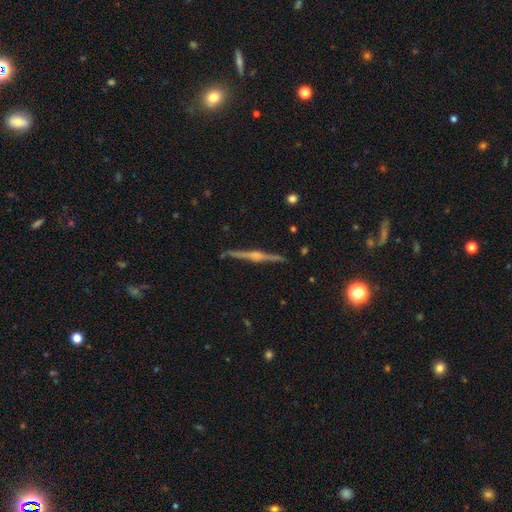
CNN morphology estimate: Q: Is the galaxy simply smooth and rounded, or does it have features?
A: featured or disk — 85%.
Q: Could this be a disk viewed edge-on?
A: yes — 99%.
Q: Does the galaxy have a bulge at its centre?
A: rounded — 86%.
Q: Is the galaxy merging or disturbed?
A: none — 92%.